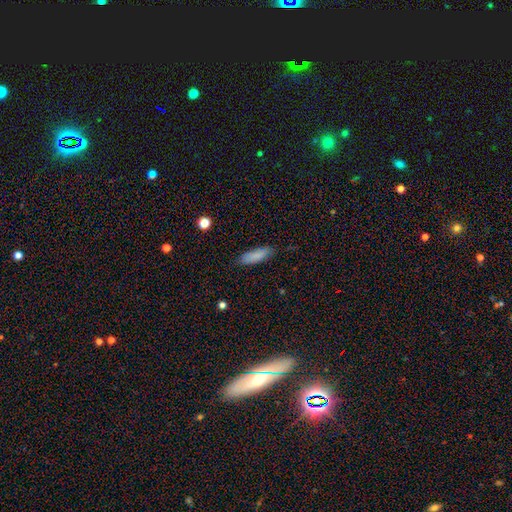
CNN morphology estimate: This is clearly a smooth galaxy (84%). How rounded: possibly cigar-shaped (51%). Merging: clearly none (83%).